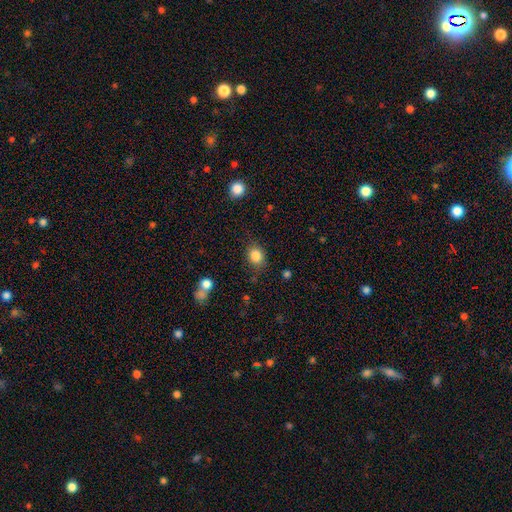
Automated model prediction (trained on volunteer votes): A smooth galaxy with no disk features (84%) that is round (60%). Merging: none (76%).